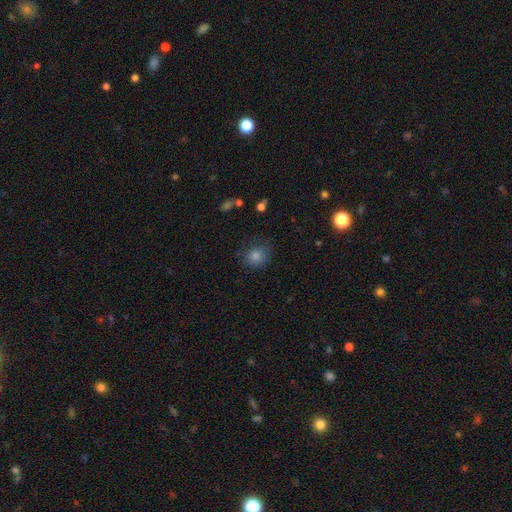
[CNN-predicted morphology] smooth_or_featured: smooth (p=0.76) [alt: star or artifact p=0.17]
how_rounded: round (p=0.78) [alt: in between p=0.21]
merging: none (p=0.76) [alt: minor disturbance p=0.17]